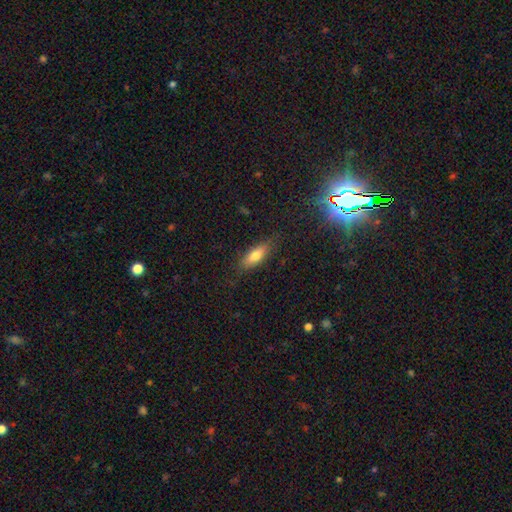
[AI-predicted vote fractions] Q: Smooth or featured?
A: smooth (73%); runner-up: featured or disk (20%)
Q: How rounded?
A: in between (65%); runner-up: cigar-shaped (32%)
Q: Merging?
A: none (80%); runner-up: minor disturbance (15%)